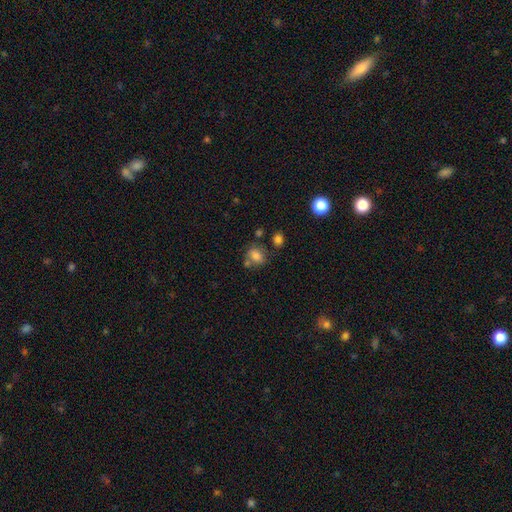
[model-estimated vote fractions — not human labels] A smooth galaxy with no disk features (76%) that is in between round and cigar-shaped (53%). Merging: none (58%).